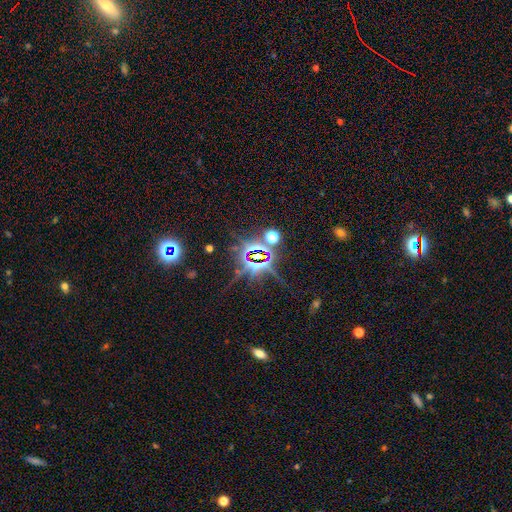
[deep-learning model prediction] Smooth or featured?
  - star or artifact: 84% *
  - smooth: 8%
  - featured or disk: 8%